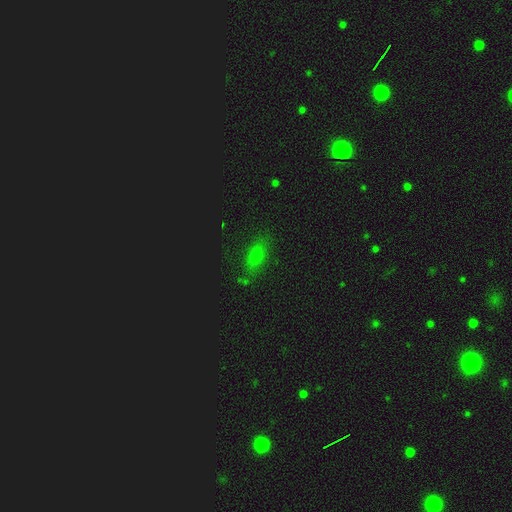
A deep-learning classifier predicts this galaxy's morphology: The model was most divided on "smooth or featured": smooth: 58%, star or artifact: 30%, featured or disk: 11%. More confident: merging — none (79%); how rounded — in between (75%).